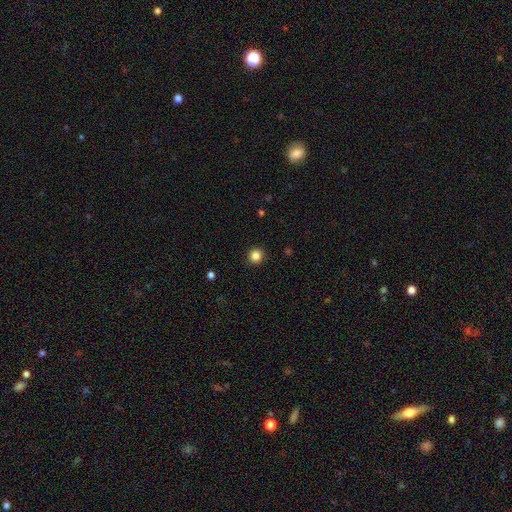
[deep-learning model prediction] smooth-or-featured: smooth: 85% | star or artifact: 11% | featured or disk: 4%
  how-rounded: round: 95% | in between: 4% | cigar-shaped: 1%
  merging: none: 93% | minor disturbance: 5% | major disturbance: 2% | merger: 1%